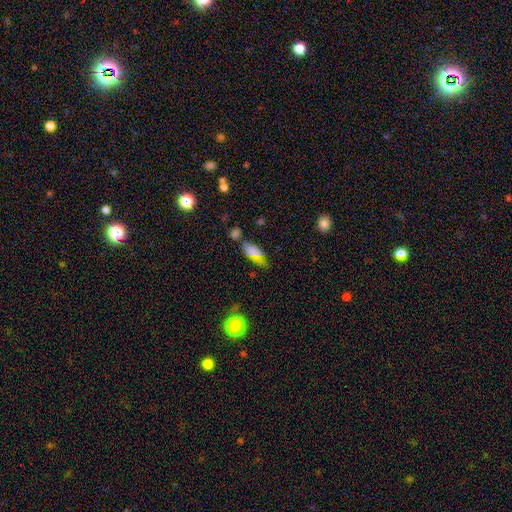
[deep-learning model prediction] A smooth galaxy with no disk features (73%) that is in between round and cigar-shaped (77%). Merging: none (67%).